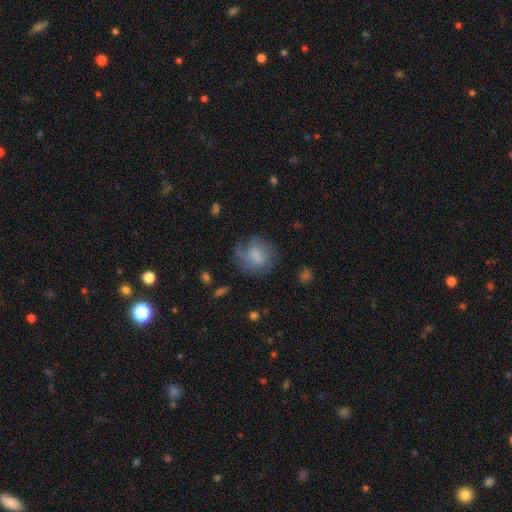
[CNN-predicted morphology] This is possibly a smooth galaxy (57%). How rounded: likely round (78%). Merging: possibly none (58%).